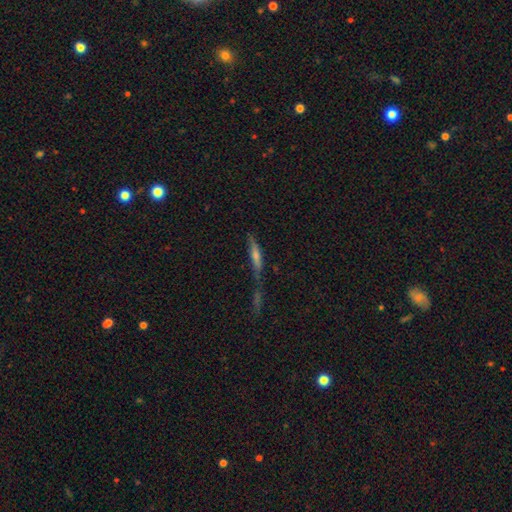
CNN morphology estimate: This appears to be a featured or disk galaxy (51%) viewed edge-on (81%). Merging: none (46%).